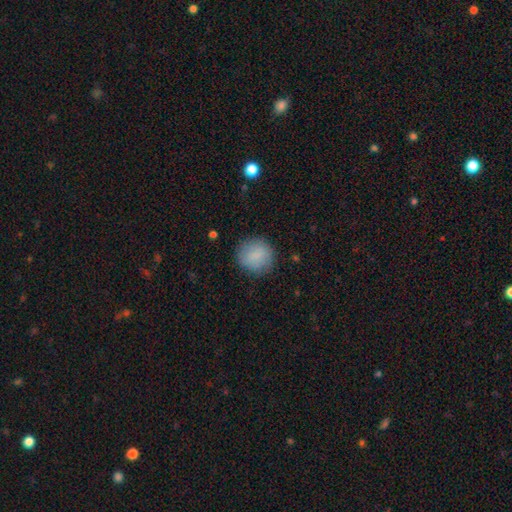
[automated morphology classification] smooth 86%, star or artifact 7%, featured or disk 7%. Down the decision tree: how rounded — round (86%); merging — none (85%).